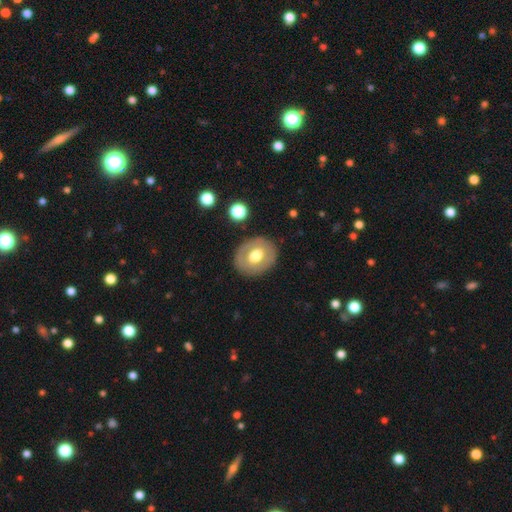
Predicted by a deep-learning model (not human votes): smooth 53%, featured or disk 40%, star or artifact 6%. Down the decision tree: how rounded — round (50%); merging — none (84%).